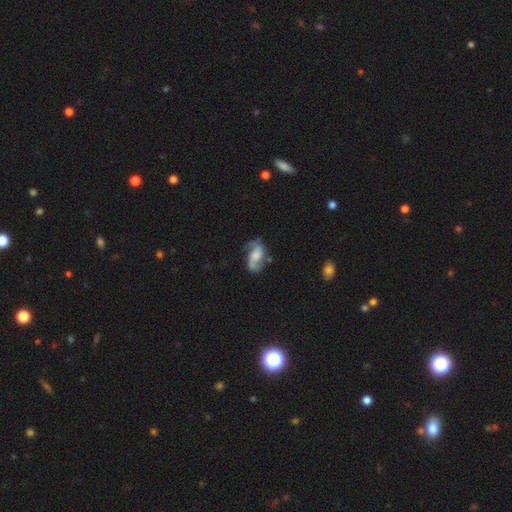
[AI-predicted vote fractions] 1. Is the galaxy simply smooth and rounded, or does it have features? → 69% featured or disk, 24% smooth, 7% star or artifact.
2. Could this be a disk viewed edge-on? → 95% no, 5% yes.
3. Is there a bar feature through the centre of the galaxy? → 51% no, 36% weak, 12% strong.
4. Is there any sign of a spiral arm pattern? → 90% yes, 10% no.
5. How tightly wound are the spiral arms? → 54% loose, 35% medium, 12% tight.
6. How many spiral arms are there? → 87% 2, 5% can't tell, 4% 1, 1% 3, 1% 4, 1% more than 4.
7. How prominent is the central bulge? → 33% moderate, 23% small, 22% large, 19% none, 3% dominant.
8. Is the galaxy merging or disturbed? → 59% none, 24% minor disturbance, 14% major disturbance, 4% merger.